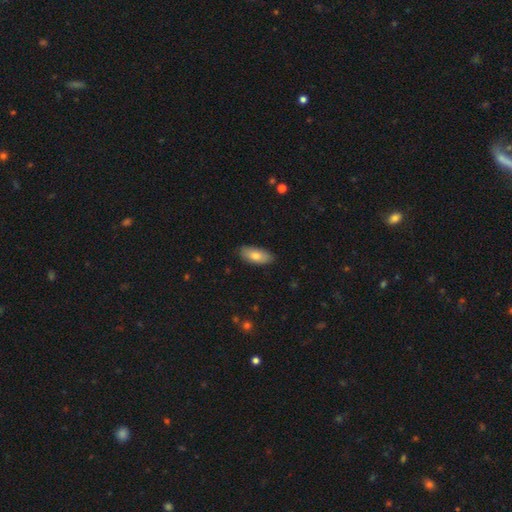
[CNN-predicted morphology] type=smooth (80%); roundness=in between (90%); merging=none (85%).